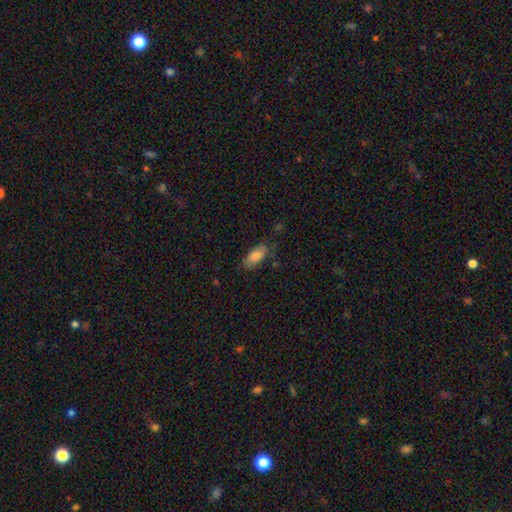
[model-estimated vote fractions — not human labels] smooth 80%, featured or disk 12%, star or artifact 8%. Down the decision tree: how rounded — in between (87%); merging — none (72%).